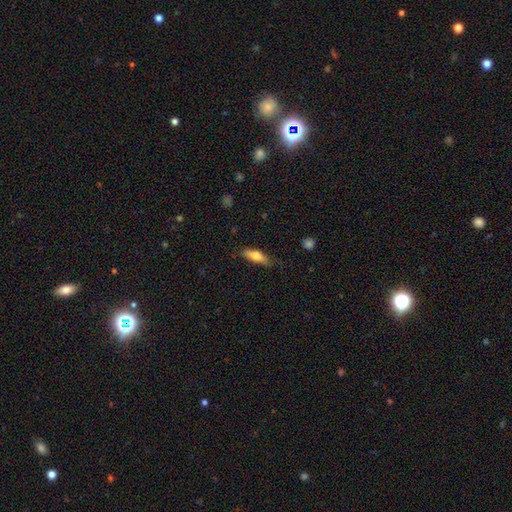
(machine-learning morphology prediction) Q: Smooth or featured?
A: smooth (71%); runner-up: featured or disk (23%)
Q: How rounded?
A: cigar-shaped (49%); tied with: in between (49%)
Q: Merging?
A: none (74%); runner-up: minor disturbance (20%)